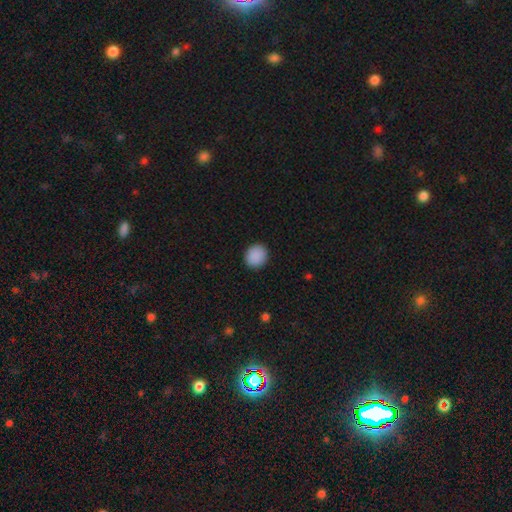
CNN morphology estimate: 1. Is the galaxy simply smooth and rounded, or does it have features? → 90% smooth, 8% star or artifact, 2% featured or disk.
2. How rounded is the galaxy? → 83% round, 16% in between, 1% cigar-shaped.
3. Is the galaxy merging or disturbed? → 91% none, 6% minor disturbance, 2% major disturbance, 1% merger.